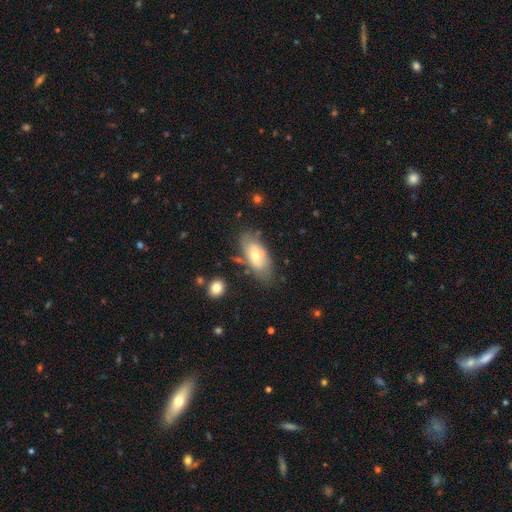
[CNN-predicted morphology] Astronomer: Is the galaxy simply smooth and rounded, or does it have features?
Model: smooth — 64%.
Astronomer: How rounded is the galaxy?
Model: in between — 90%.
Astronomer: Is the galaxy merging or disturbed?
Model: none — 67%.